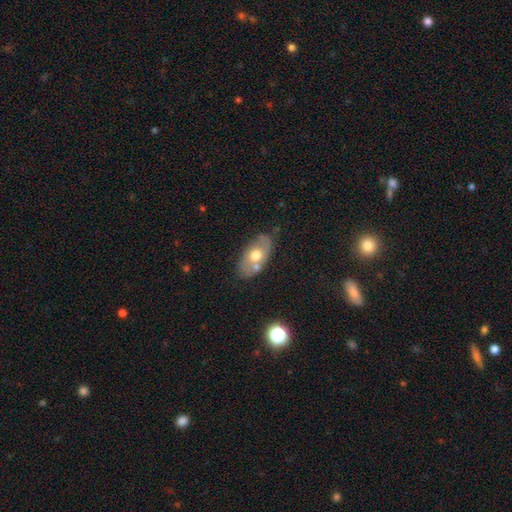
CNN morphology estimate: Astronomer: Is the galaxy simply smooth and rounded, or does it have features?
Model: smooth — 47%, tied with featured or disk at 47%.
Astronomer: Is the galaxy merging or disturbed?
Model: none — 67%.